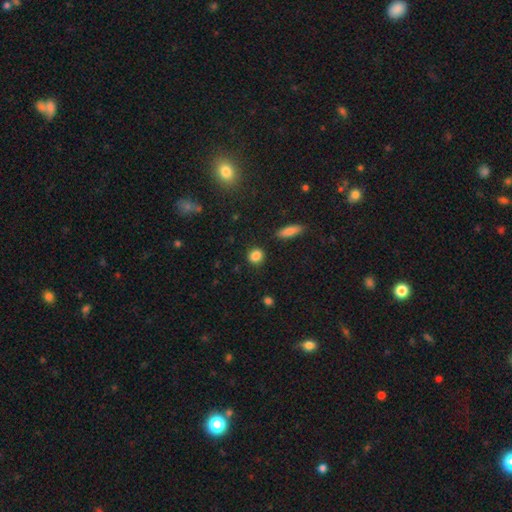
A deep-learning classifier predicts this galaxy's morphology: smooth-or-featured: smooth: 86% | star or artifact: 10% | featured or disk: 5%
  how-rounded: round: 75% | in between: 23% | cigar-shaped: 2%
  merging: none: 87% | minor disturbance: 8% | major disturbance: 2% | merger: 2%